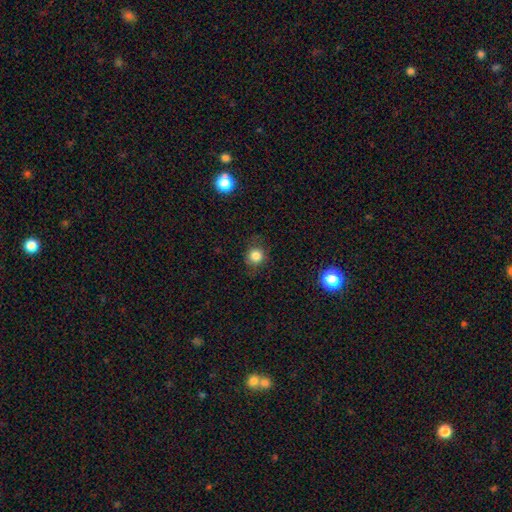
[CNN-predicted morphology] A smooth galaxy with no disk features (81%) that is round (88%).

Vote fractions:
- Smooth or featured? smooth: 81% / star or artifact: 12% / featured or disk: 7%
- How rounded? round: 88% / in between: 11% / cigar-shaped: 1%
- Merging? none: 78% / minor disturbance: 15% / major disturbance: 6% / merger: 1%